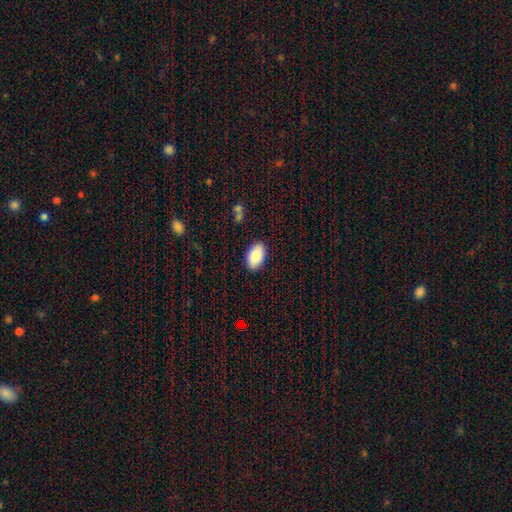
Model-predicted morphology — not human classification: Smooth or featured? Predicted: smooth (p=0.89). How rounded? Predicted: in between (p=0.93). Merging? Predicted: none (p=0.88).